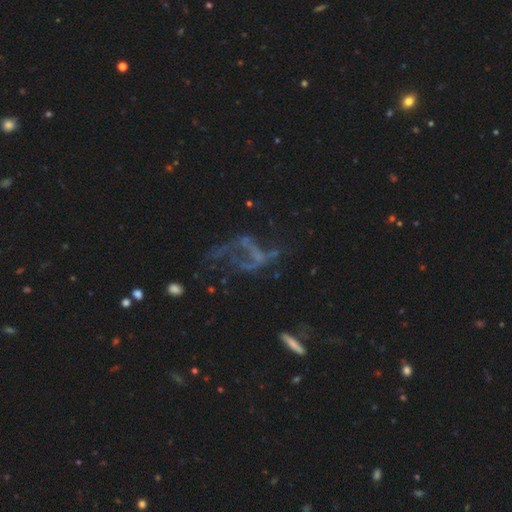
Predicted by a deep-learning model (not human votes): smooth_or_featured: featured or disk (p=0.57) [alt: star or artifact p=0.28]
disk_edge_on: no (p=0.94) [alt: yes p=0.06]
bar: no (p=0.78) [alt: weak p=0.14]
has_spiral_arms: no (p=0.73) [alt: yes p=0.27]
bulge_size: none (p=0.81) [alt: small p=0.11]
merging: major disturbance (p=0.45) [alt: none p=0.33]